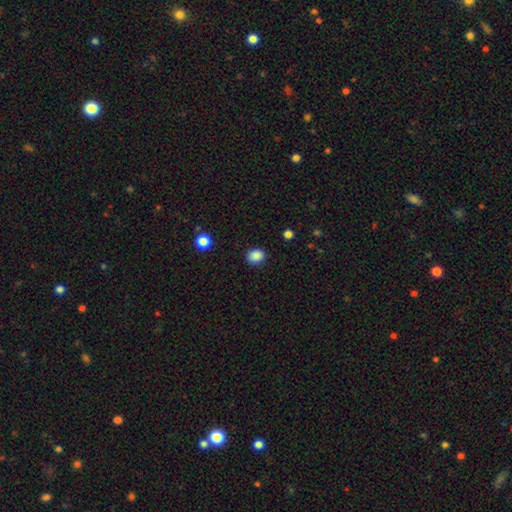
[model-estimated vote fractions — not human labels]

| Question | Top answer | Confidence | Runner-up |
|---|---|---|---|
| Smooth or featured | smooth | 87% | star or artifact (10%) |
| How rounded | round | 63% | in between (36%) |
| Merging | none | 86% | minor disturbance (10%) |